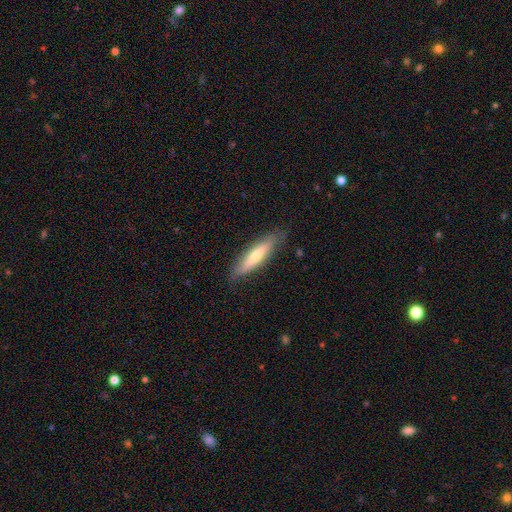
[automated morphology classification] Smooth or featured?
  - smooth: 55% *
  - featured or disk: 39%
  - star or artifact: 6%
How rounded?
  - cigar-shaped: 80% *
  - in between: 19%
  - round: 1%
Merging?
  - none: 85% *
  - minor disturbance: 12%
  - major disturbance: 2%
  - merger: 1%